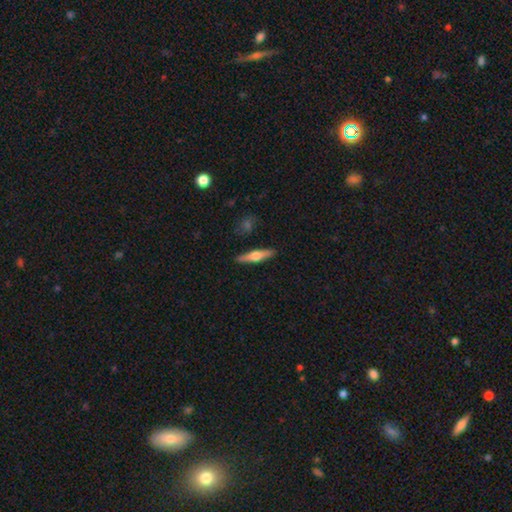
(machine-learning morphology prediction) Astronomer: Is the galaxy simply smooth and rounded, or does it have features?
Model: featured or disk — 55% (runner-up: smooth, 40%).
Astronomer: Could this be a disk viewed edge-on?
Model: yes — 96%.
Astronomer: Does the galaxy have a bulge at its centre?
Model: rounded — 93%.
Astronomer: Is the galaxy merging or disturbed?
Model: none — 90%.